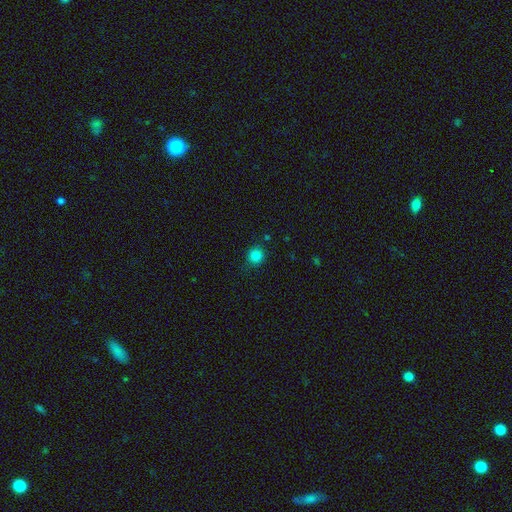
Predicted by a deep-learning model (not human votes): A smooth galaxy with no disk features (84%) that is round (90%).

Vote fractions:
- Smooth or featured? smooth: 84% / star or artifact: 12% / featured or disk: 4%
- How rounded? round: 90% / in between: 9% / cigar-shaped: 1%
- Merging? none: 85% / minor disturbance: 10% / major disturbance: 3% / merger: 2%